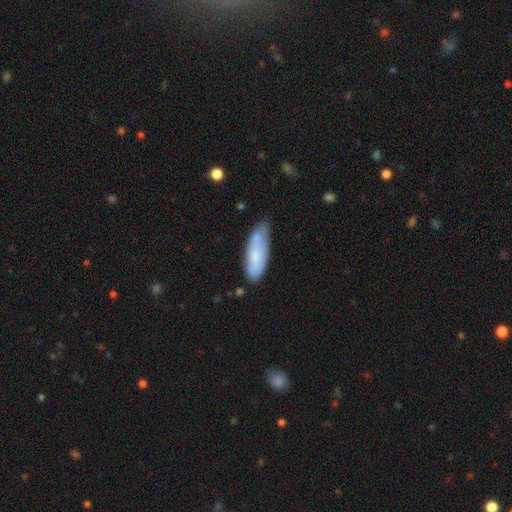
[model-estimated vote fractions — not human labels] A smooth galaxy with no disk features (68%) that is in between round and cigar-shaped (56%).

Vote fractions:
- Smooth or featured? smooth: 68% / featured or disk: 25% / star or artifact: 7%
- How rounded? in between: 56% / cigar-shaped: 43% / round: 2%
- Merging? none: 62% / minor disturbance: 28% / major disturbance: 6% / merger: 4%